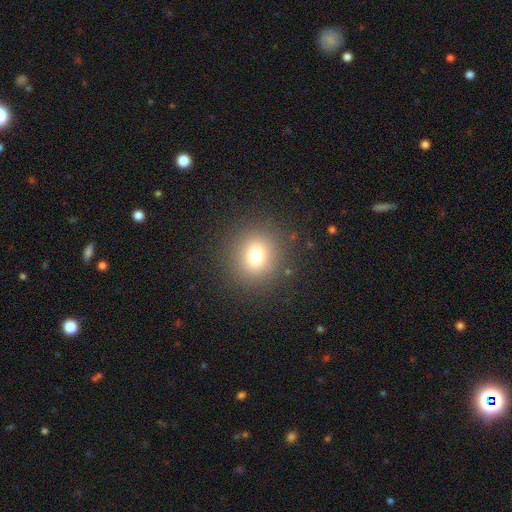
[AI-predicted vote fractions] A smooth galaxy with no disk features (72%) that is round (90%).

Vote fractions:
- Smooth or featured? smooth: 72% / star or artifact: 17% / featured or disk: 10%
- How rounded? round: 90% / in between: 9% / cigar-shaped: 1%
- Merging? none: 88% / minor disturbance: 7% / major disturbance: 4% / merger: 1%